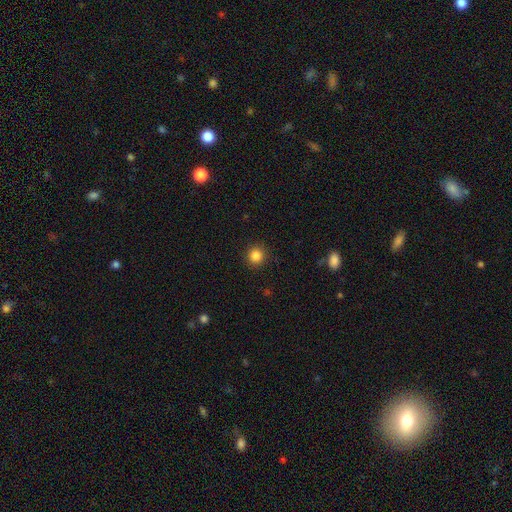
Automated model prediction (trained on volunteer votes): The model was most divided on "smooth or featured": smooth: 85%, star or artifact: 11%, featured or disk: 4%. More confident: how rounded — round (92%); merging — none (92%).